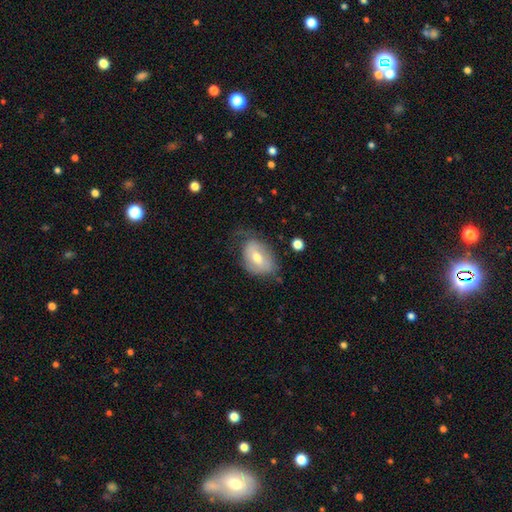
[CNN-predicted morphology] Overall: smooth (47%; featured or disk 45%). Merging: none (46%; minor disturbance 32%).